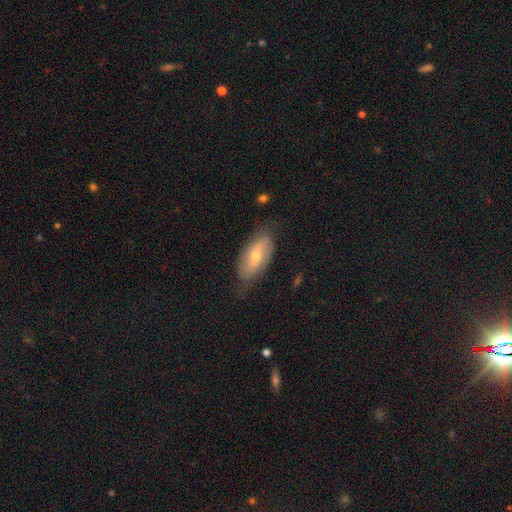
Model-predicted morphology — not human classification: This appears to be a featured or disk galaxy (52%). Merging: none (72%).